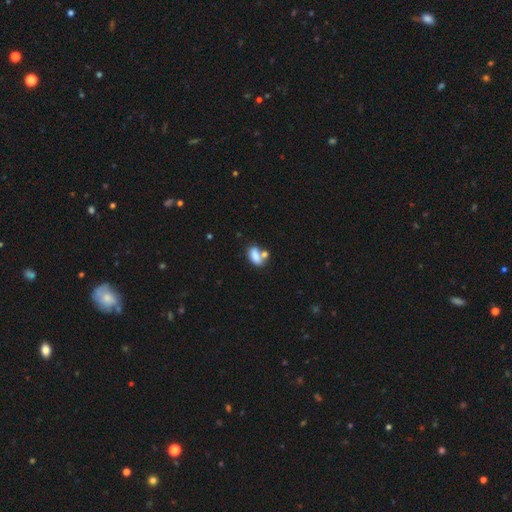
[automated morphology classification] smooth-or-featured: smooth: 80% | featured or disk: 11% | star or artifact: 9%
  how-rounded: in between: 84% | cigar-shaped: 10% | round: 6%
  merging: none: 41% | merger: 40% | minor disturbance: 13% | major disturbance: 6%